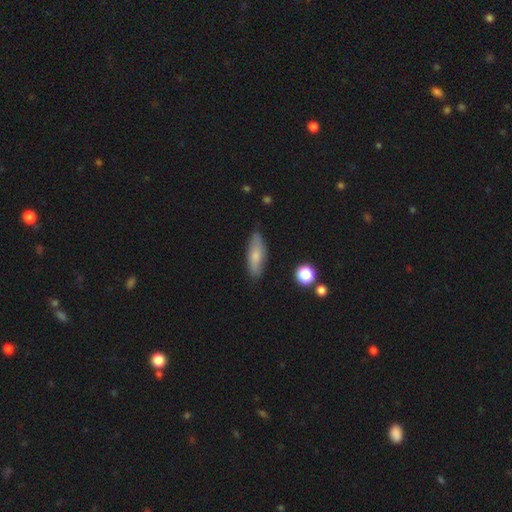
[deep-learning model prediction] smooth 71%, featured or disk 22%, star or artifact 7%. Down the decision tree: how rounded — in between (60%); merging — none (82%).